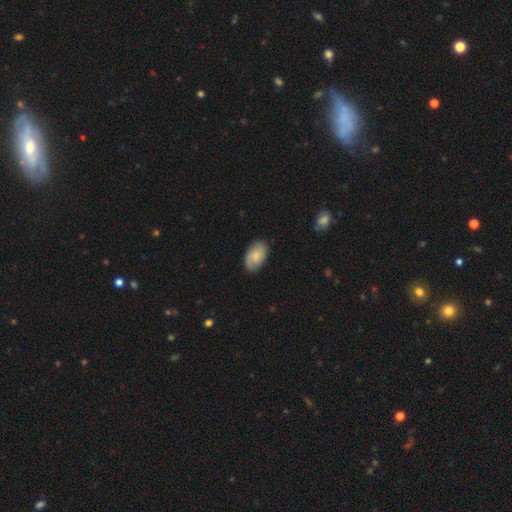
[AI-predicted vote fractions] smooth 74%, featured or disk 20%, star or artifact 6%. Down the decision tree: how rounded — in between (93%); merging — none (82%).